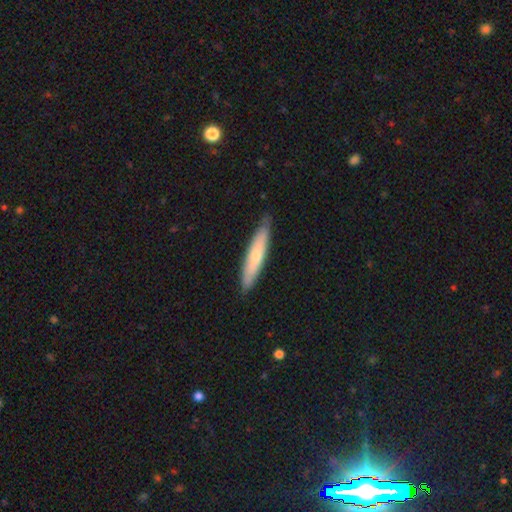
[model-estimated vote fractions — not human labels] smooth_or_featured: smooth (p=0.60) [alt: featured or disk p=0.35]
how_rounded: cigar-shaped (p=0.85) [alt: in between p=0.13]
merging: none (p=0.83) [alt: minor disturbance p=0.14]